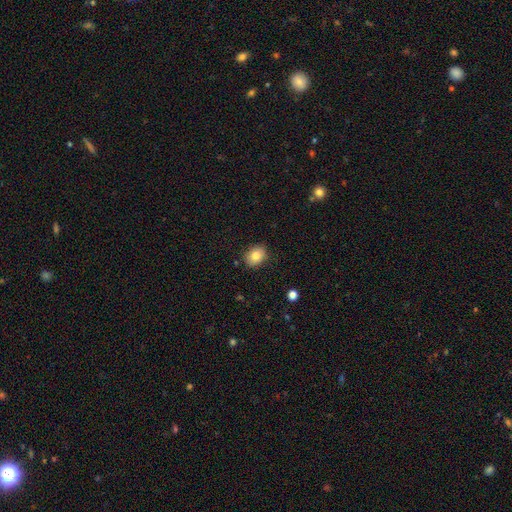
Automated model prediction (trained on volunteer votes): This appears to be a smooth galaxy with no disk features (82%) that is in between round and cigar-shaped (59%). Merging: none (87%).